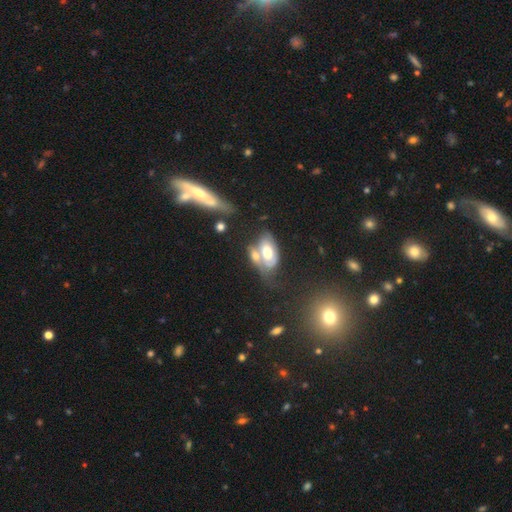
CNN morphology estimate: The model was most divided on "smooth or featured": featured or disk: 47%, smooth: 46%, star or artifact: 7%. More confident: merging — merger (52%).